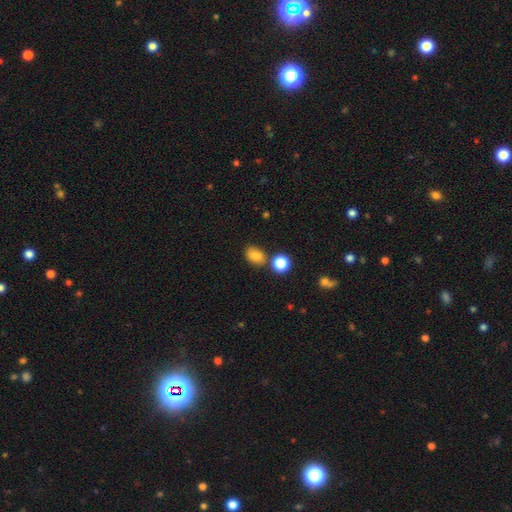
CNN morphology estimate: smooth-or-featured: smooth: 82% | star or artifact: 12% | featured or disk: 6%
  how-rounded: in between: 70% | round: 29% | cigar-shaped: 1%
  merging: none: 67% | minor disturbance: 15% | merger: 14% | major disturbance: 4%